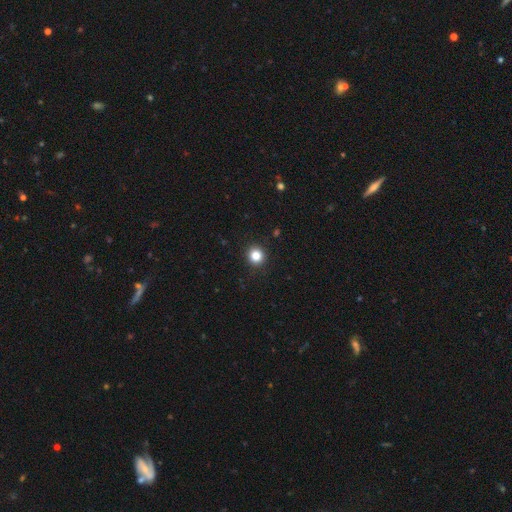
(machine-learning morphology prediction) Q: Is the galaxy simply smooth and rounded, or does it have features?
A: smooth — 83%.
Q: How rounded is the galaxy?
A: round — 92%.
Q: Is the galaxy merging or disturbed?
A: none — 92%.